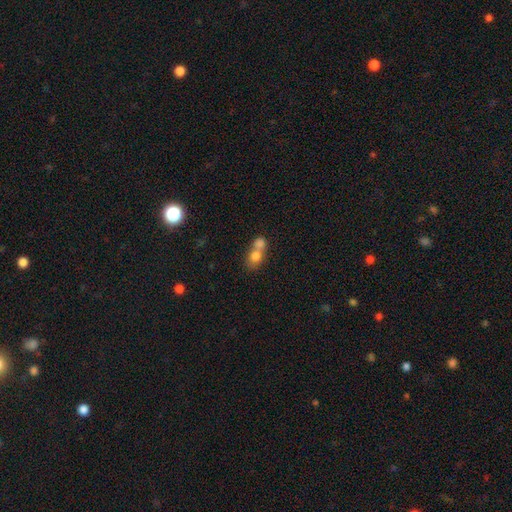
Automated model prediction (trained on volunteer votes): Morphology: type=smooth (76%); roundness=round (56%); merging=merger (70%).